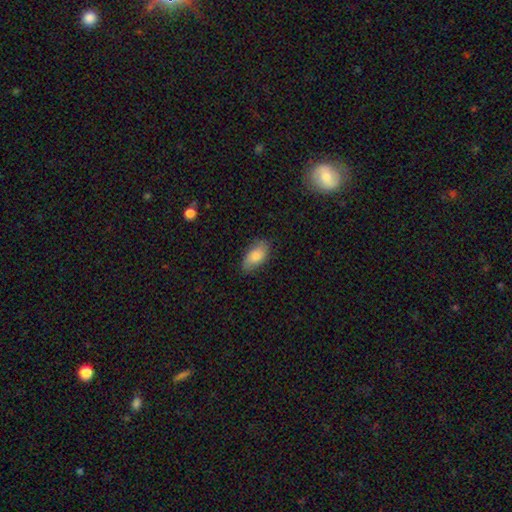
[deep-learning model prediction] smooth_or_featured: smooth (p=0.81) [alt: featured or disk p=0.12]
how_rounded: in between (p=0.92) [alt: cigar-shaped p=0.04]
merging: none (p=0.79) [alt: minor disturbance p=0.17]